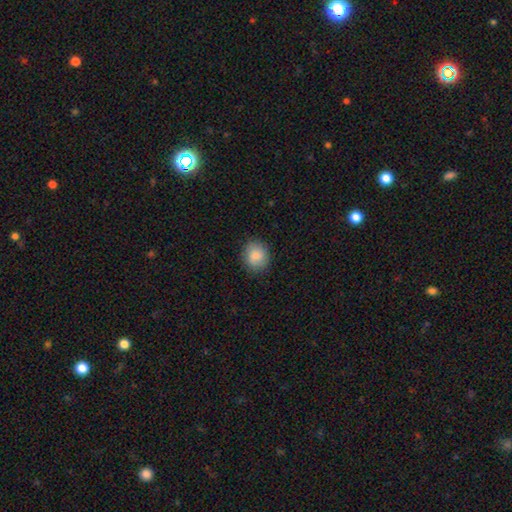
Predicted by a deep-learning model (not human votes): smooth_or_featured: smooth (p=0.86) [alt: star or artifact p=0.08]
how_rounded: round (p=0.73) [alt: in between p=0.26]
merging: none (p=0.87) [alt: minor disturbance p=0.10]